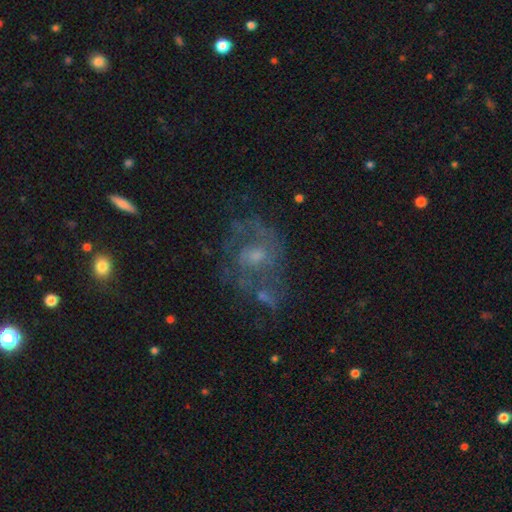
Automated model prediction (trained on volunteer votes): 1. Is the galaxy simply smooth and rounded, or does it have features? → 68% featured or disk, 20% smooth, 12% star or artifact.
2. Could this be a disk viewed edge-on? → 97% no, 3% yes.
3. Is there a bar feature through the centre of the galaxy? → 67% no, 29% weak, 4% strong.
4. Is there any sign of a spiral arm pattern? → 65% yes, 35% no.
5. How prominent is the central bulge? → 44% small, 42% moderate, 9% none, 4% large, 1% dominant.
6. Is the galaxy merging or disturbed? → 50% none, 23% major disturbance, 20% minor disturbance, 8% merger.